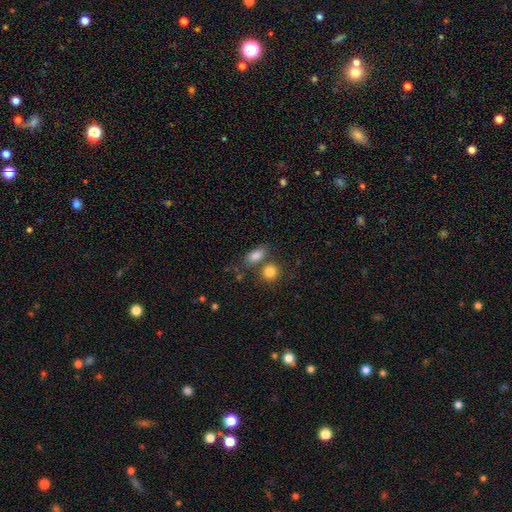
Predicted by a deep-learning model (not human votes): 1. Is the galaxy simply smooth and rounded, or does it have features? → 84% smooth, 9% star or artifact, 7% featured or disk.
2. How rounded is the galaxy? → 80% in between, 15% round, 5% cigar-shaped.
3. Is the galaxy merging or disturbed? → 56% none, 25% merger, 13% minor disturbance, 5% major disturbance.